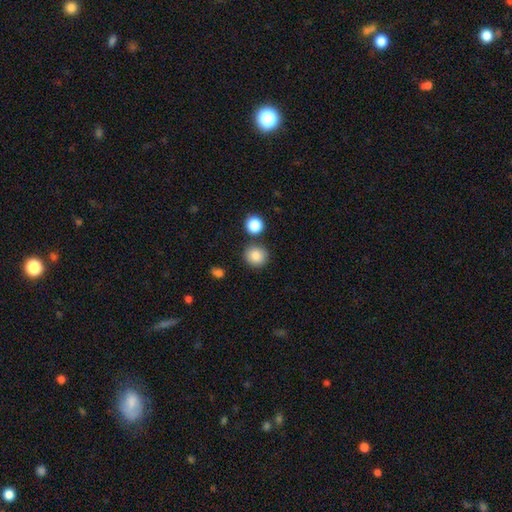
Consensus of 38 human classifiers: Smooth or featured?
  - smooth: 87% *
  - star or artifact: 8%
  - featured or disk: 5%
How rounded?
  - round: 82% *
  - in between: 18%
  - cigar-shaped: 0%
Merging?
  - none: 80% *
  - merger: 11%
  - minor disturbance: 6%
  - major disturbance: 3%